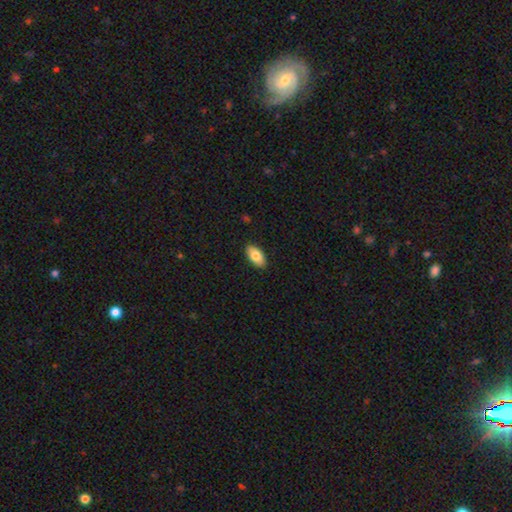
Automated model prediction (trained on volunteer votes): Smooth or featured: smooth — 80% (featured or disk — 13%)
How rounded: in between — 94% (cigar-shaped — 4%)
Merging: none — 90% (minor disturbance — 8%)